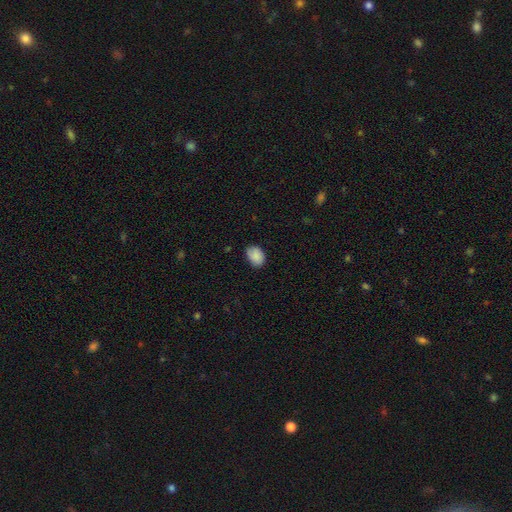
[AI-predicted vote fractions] This appears to be a smooth galaxy with no disk features (87%) that is in between round and cigar-shaped (74%). Merging: none (76%).